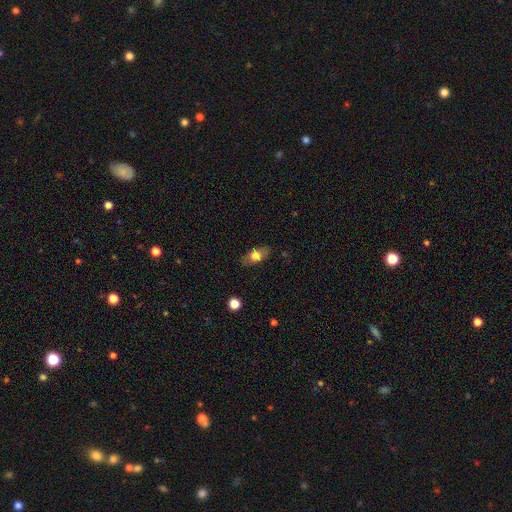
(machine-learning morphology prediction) Smooth or featured? Predicted: smooth (p=0.67). How rounded? Predicted: in between (p=0.80). Merging? Predicted: none (p=0.82).